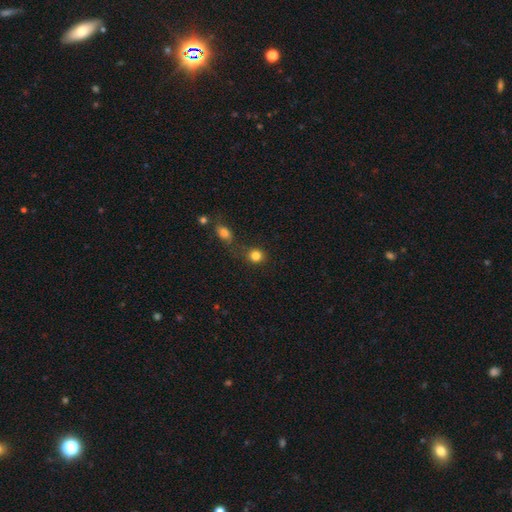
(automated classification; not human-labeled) Smooth or featured? Predicted: smooth (p=0.83). How rounded? Predicted: round (p=0.84). Merging? Predicted: none (p=0.72).